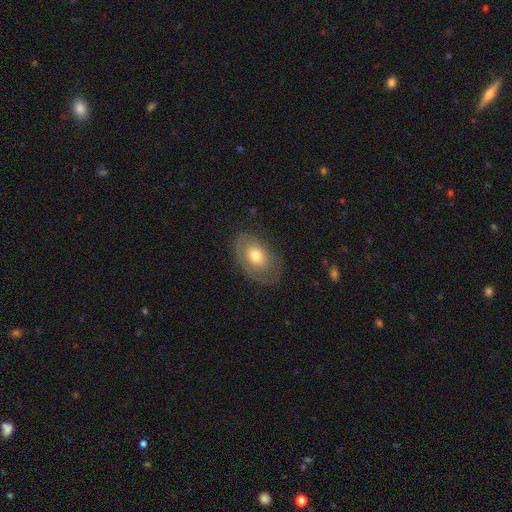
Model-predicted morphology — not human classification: A smooth galaxy with no disk features (56%) that is in between round and cigar-shaped (85%). Merging: none (69%).